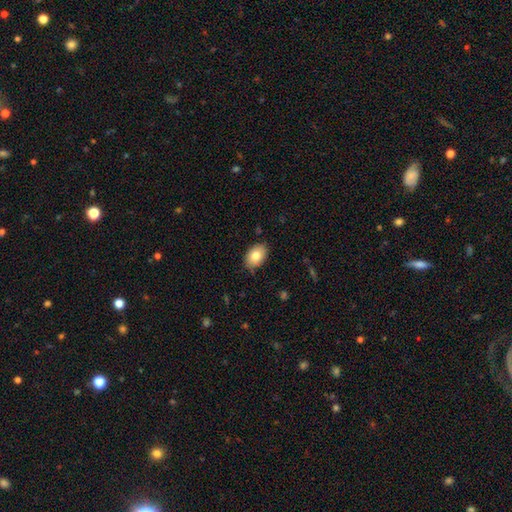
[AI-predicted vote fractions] Smooth or featured? smooth (80%)
How rounded? in between (84%)
Merging? none (81%)